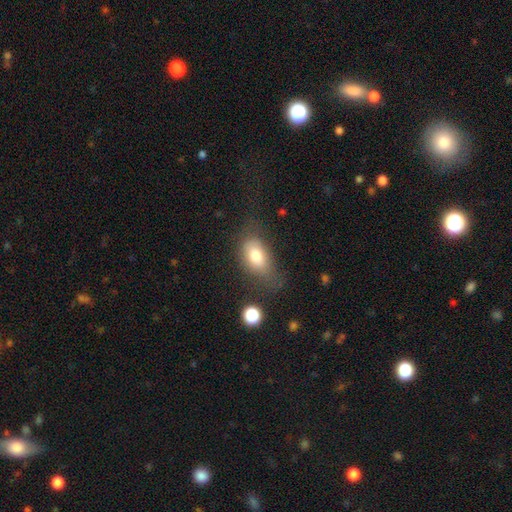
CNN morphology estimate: This appears to be a smooth galaxy with no disk features (75%) that is in between round and cigar-shaped (86%). Merging: none (50%).